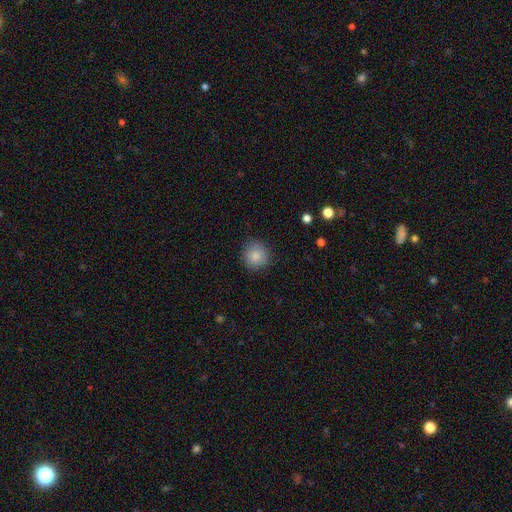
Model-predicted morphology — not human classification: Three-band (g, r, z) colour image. It shows a smooth galaxy with no disk features (86%) that is round (92%). Merging: none (88%).